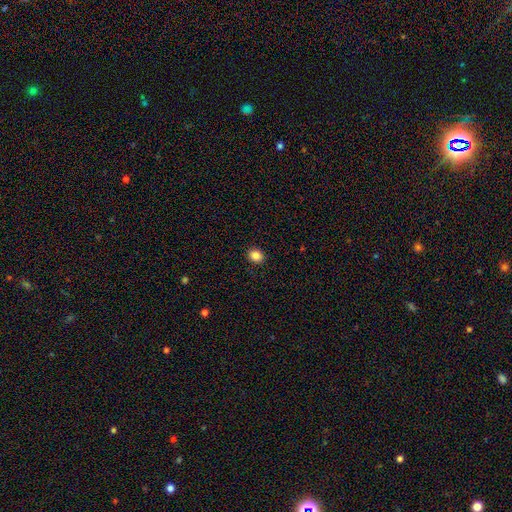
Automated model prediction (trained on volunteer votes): This appears to be a smooth galaxy with no disk features (86%) that is round (69%). Merging: none (92%).